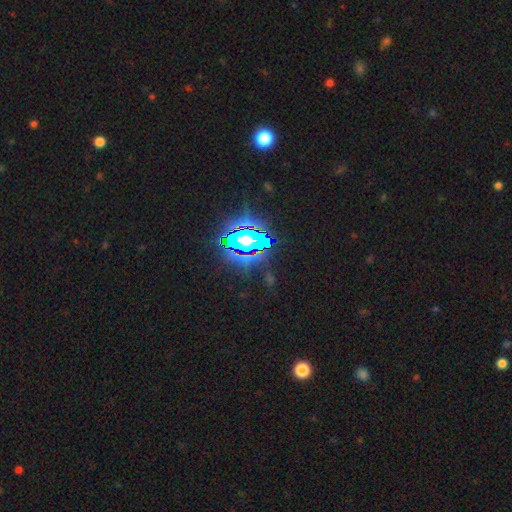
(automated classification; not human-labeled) The model was most divided on "smooth or featured": star or artifact: 70%, smooth: 17%, featured or disk: 13%.